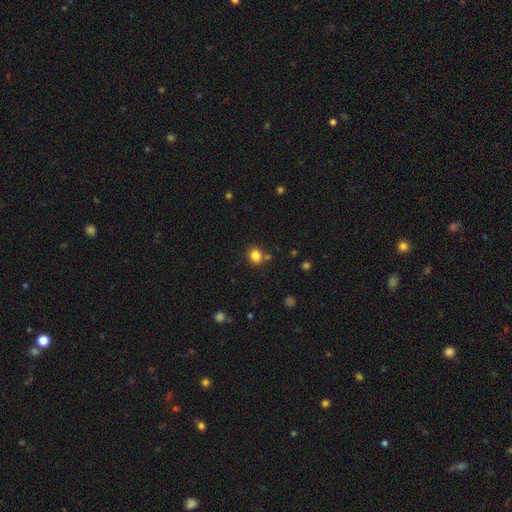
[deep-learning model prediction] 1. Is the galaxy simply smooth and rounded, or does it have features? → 83% smooth, 12% star or artifact, 5% featured or disk.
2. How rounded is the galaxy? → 70% round, 29% in between, 1% cigar-shaped.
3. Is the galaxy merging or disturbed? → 75% none, 11% merger, 11% minor disturbance, 3% major disturbance.